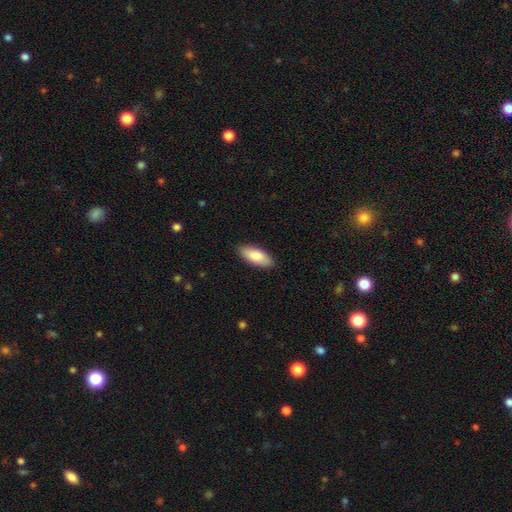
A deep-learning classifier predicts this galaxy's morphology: Smooth or featured?
  - smooth: 84% *
  - featured or disk: 10%
  - star or artifact: 5%
How rounded?
  - in between: 83% *
  - cigar-shaped: 15%
  - round: 2%
Merging?
  - none: 88% *
  - minor disturbance: 9%
  - major disturbance: 2%
  - merger: 1%